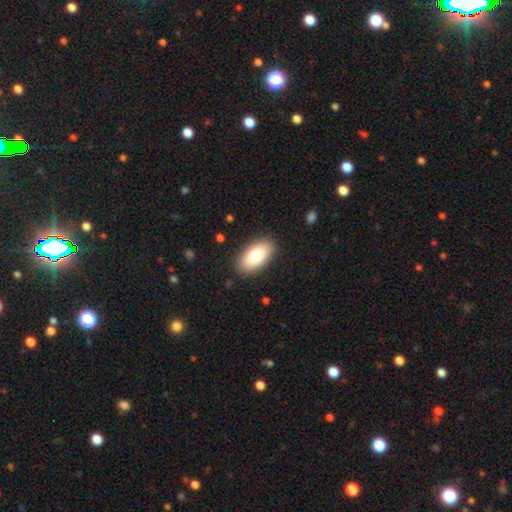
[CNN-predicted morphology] A smooth galaxy with no disk features (82%) that is in between round and cigar-shaped (94%).

Vote fractions:
- Smooth or featured? smooth: 82% / featured or disk: 12% / star or artifact: 6%
- How rounded? in between: 94% / cigar-shaped: 3% / round: 3%
- Merging? none: 87% / minor disturbance: 9% / major disturbance: 2% / merger: 1%